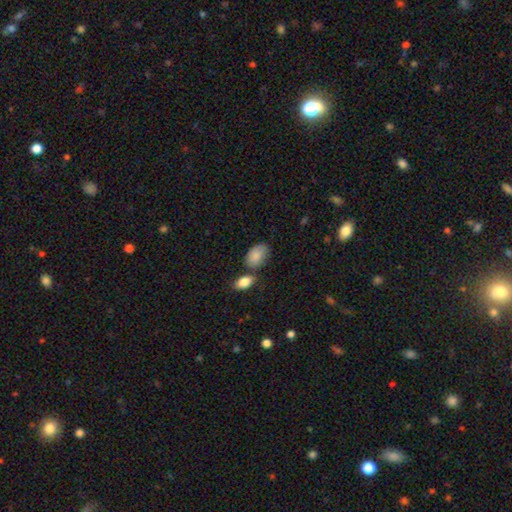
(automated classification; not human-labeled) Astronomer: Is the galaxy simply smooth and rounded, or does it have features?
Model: smooth — 85%.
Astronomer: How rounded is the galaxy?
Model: in between — 90%.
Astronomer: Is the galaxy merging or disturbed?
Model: none — 57%.